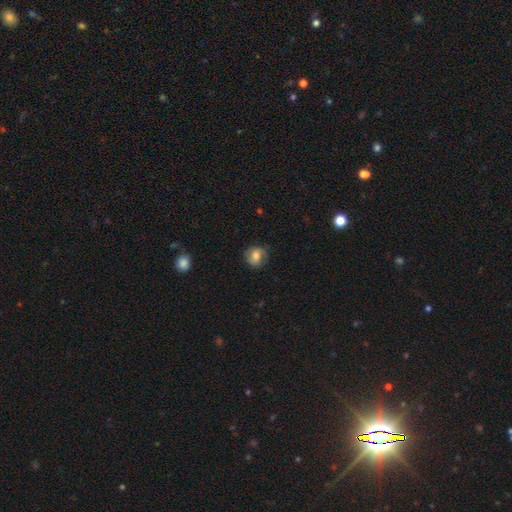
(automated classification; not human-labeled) This appears to be a smooth galaxy with no disk features (71%) that is round (75%). Merging: none (71%).